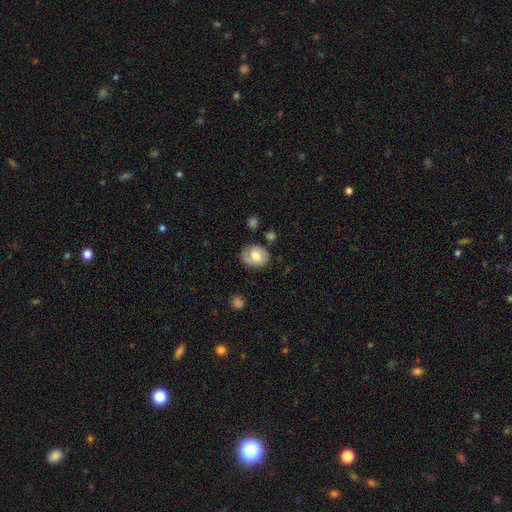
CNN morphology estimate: type=smooth (62%); roundness=round (53%); merging=none (69%).